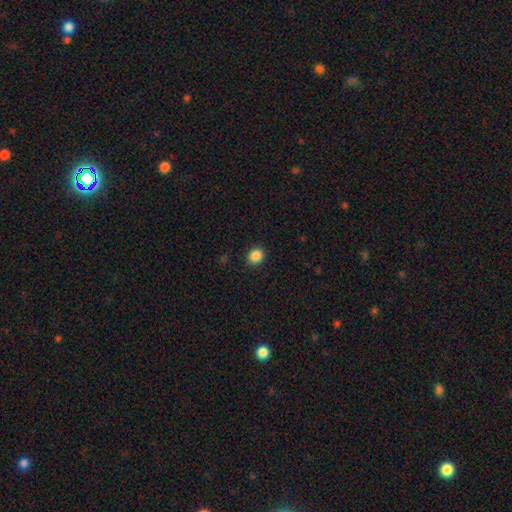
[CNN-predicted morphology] Smooth or featured? smooth (87%)
How rounded? round (77%)
Merging? none (91%)